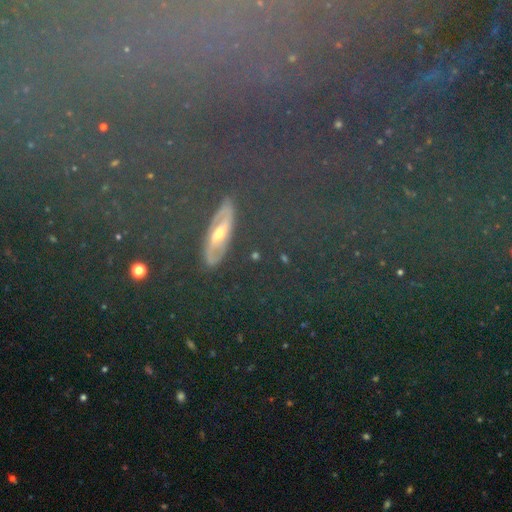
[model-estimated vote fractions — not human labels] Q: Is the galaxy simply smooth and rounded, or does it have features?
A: star or artifact — 42%.